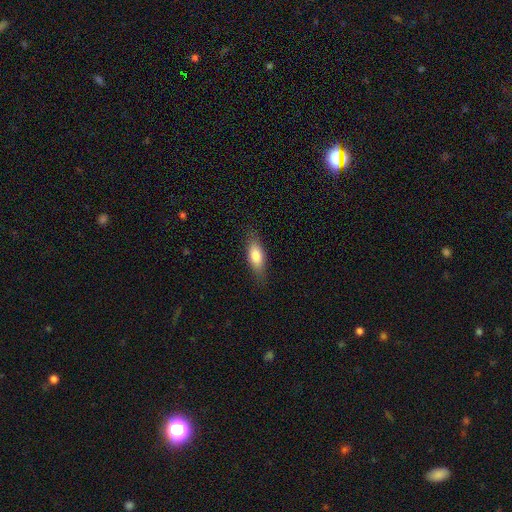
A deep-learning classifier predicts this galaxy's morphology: smooth_or_featured: smooth (p=0.78) [alt: featured or disk p=0.15]
how_rounded: in between (p=0.68) [alt: cigar-shaped p=0.29]
merging: none (p=0.83) [alt: minor disturbance p=0.13]